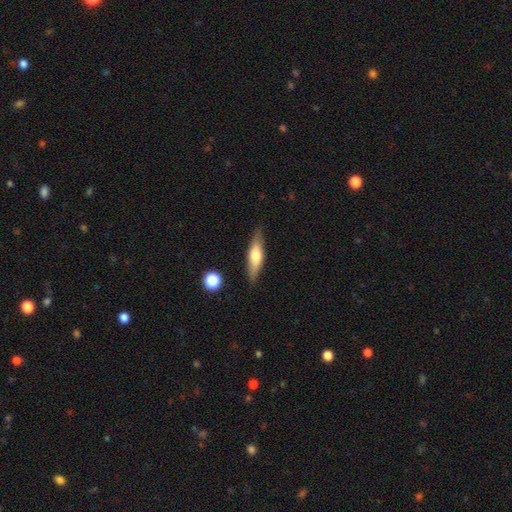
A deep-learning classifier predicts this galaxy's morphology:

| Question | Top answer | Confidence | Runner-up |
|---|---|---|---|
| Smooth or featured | smooth | 60% | featured or disk (34%) |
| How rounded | cigar-shaped | 61% | in between (36%) |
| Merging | none | 83% | minor disturbance (12%) |